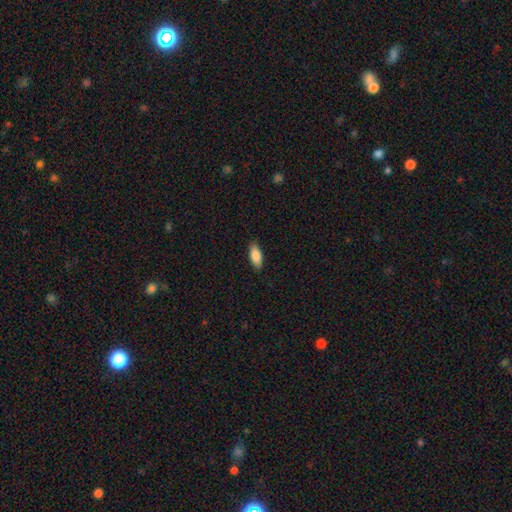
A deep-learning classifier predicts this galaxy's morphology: Smooth or featured?
  - smooth: 86% *
  - featured or disk: 8%
  - star or artifact: 6%
How rounded?
  - in between: 82% *
  - cigar-shaped: 16%
  - round: 2%
Merging?
  - none: 88% *
  - minor disturbance: 9%
  - major disturbance: 2%
  - merger: 1%